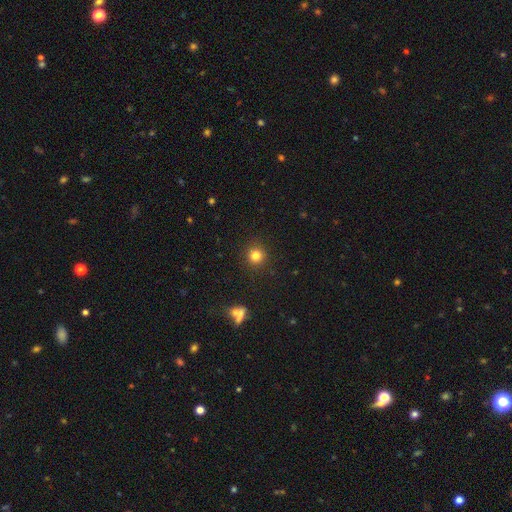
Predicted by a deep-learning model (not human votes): Smooth or featured? Predicted: smooth (p=0.80). How rounded? Predicted: round (p=0.93). Merging? Predicted: none (p=0.90).